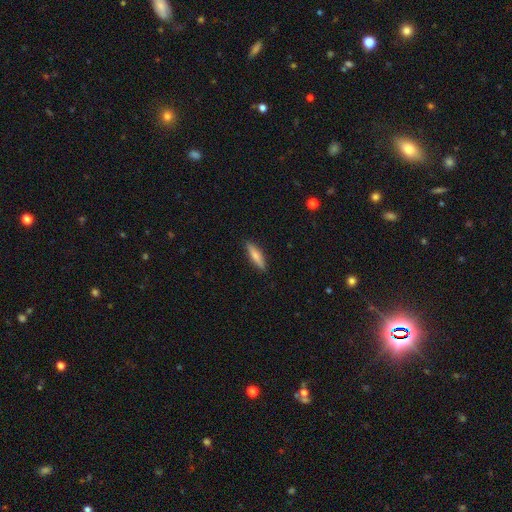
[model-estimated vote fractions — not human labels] This is likely a smooth galaxy (71%). How rounded: likely cigar-shaped (75%). Merging: clearly none (89%).